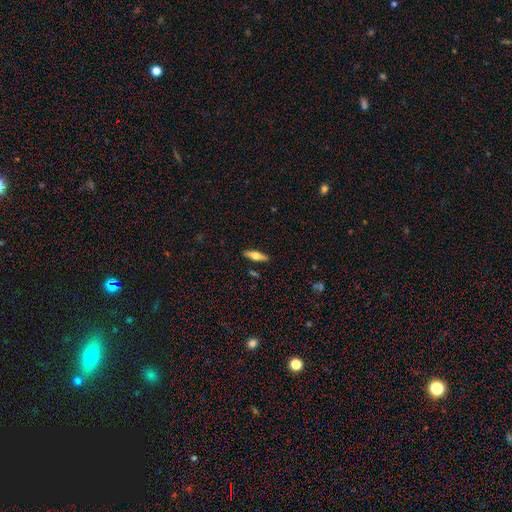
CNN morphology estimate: A smooth galaxy with no disk features (48%). Merging: none (89%).